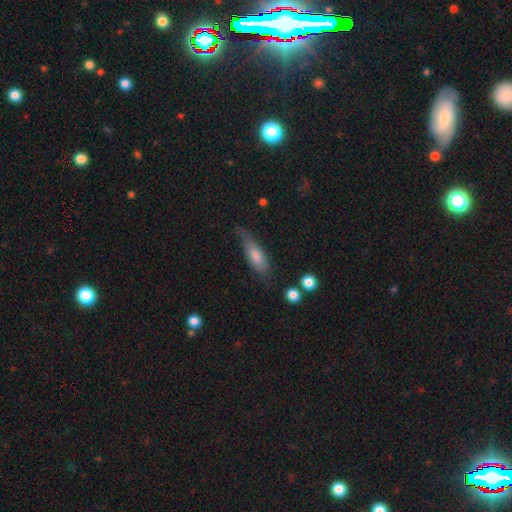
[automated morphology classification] A smooth galaxy with no disk features (66%) that is cigar-shaped (55%).

Vote fractions:
- Smooth or featured? smooth: 66% / featured or disk: 26% / star or artifact: 8%
- How rounded? cigar-shaped: 55% / in between: 43% / round: 2%
- Merging? none: 62% / minor disturbance: 28% / major disturbance: 8% / merger: 3%